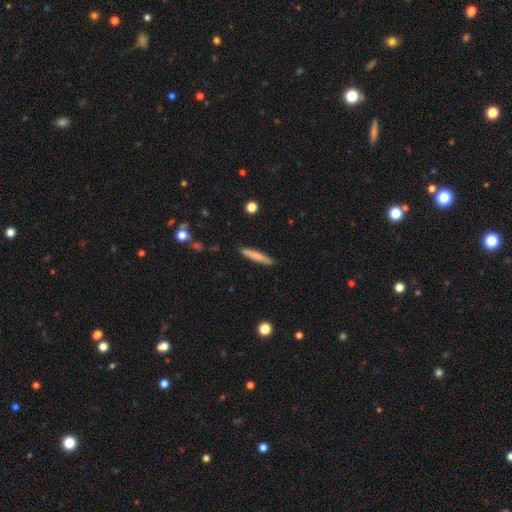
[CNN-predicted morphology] A smooth galaxy with no disk features (76%) that is cigar-shaped (94%).

Vote fractions:
- Smooth or featured? smooth: 76% / featured or disk: 18% / star or artifact: 6%
- How rounded? cigar-shaped: 94% / in between: 5% / round: 1%
- Merging? none: 90% / minor disturbance: 7% / major disturbance: 2% / merger: 1%